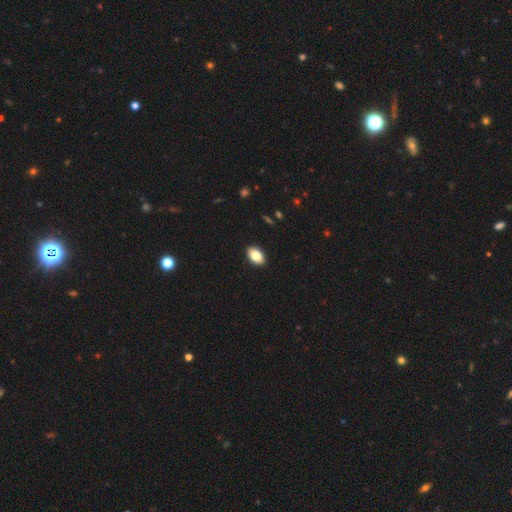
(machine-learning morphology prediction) smooth 82%, featured or disk 10%, star or artifact 8%. Down the decision tree: how rounded — in between (90%); merging — none (91%).